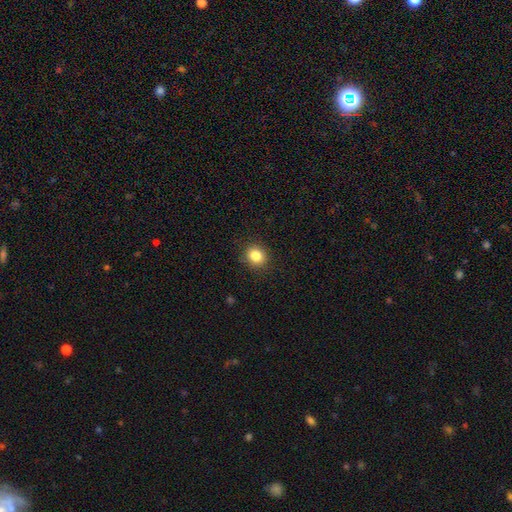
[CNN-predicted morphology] The model was most divided on "how rounded": round: 77%, in between: 22%, cigar-shaped: 1%. More confident: merging — none (90%); smooth or featured — smooth (84%).